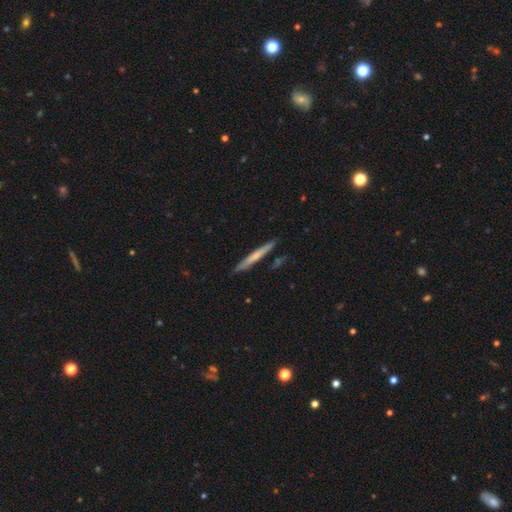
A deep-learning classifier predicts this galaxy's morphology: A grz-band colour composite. It shows a smooth galaxy with no disk features (56%) that is cigar-shaped (96%). Merging: none (86%).